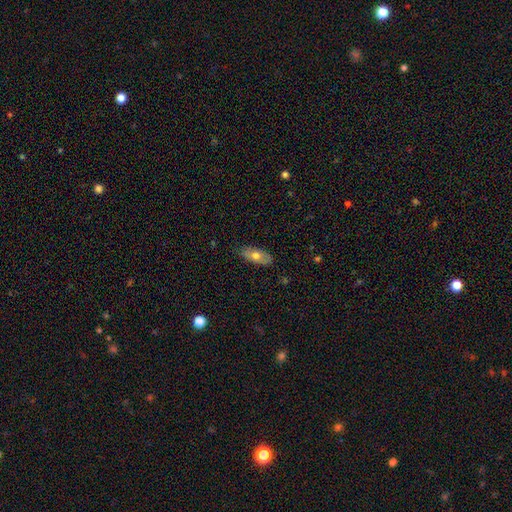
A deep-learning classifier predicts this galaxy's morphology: The model was most divided on "smooth or featured": smooth: 63%, featured or disk: 31%, star or artifact: 6%. More confident: how rounded — in between (87%); merging — none (82%).